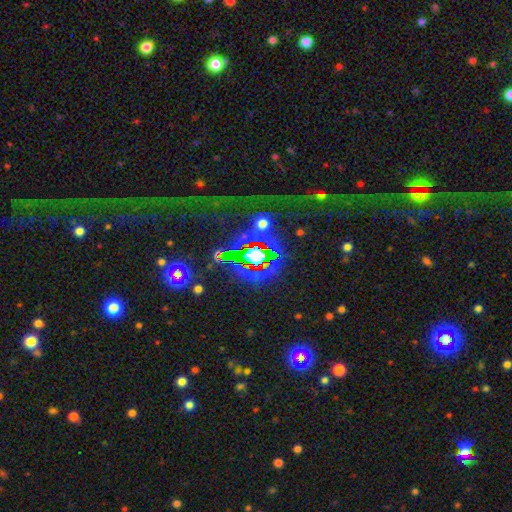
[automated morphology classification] Smooth or featured? star or artifact (72%)